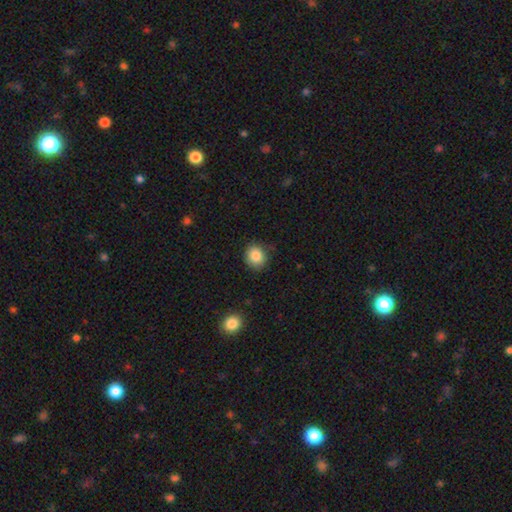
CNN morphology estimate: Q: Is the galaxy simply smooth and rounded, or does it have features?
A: smooth — 86%.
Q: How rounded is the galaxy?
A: round — 75%.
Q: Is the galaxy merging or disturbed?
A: none — 83%.